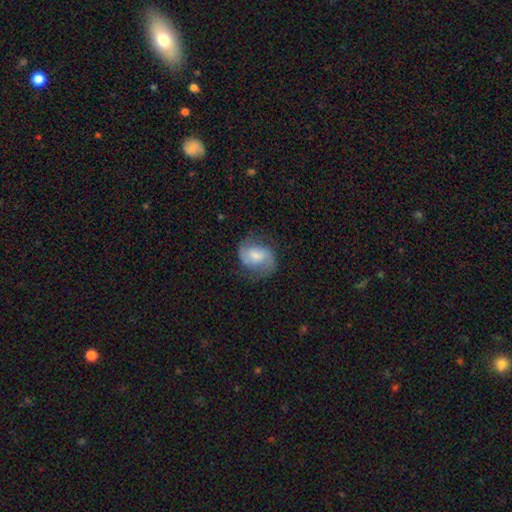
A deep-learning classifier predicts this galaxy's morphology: The model was most divided on "bar": weak: 48%, no: 40%, strong: 12%. Remaining: edge-on disk — no (98%); spiral arms — yes (91%); spiral arm count — 2 (88%); merging — none (67%); smooth or featured — featured or disk (66%); spiral winding — medium (50%); bulge size — moderate (43%).